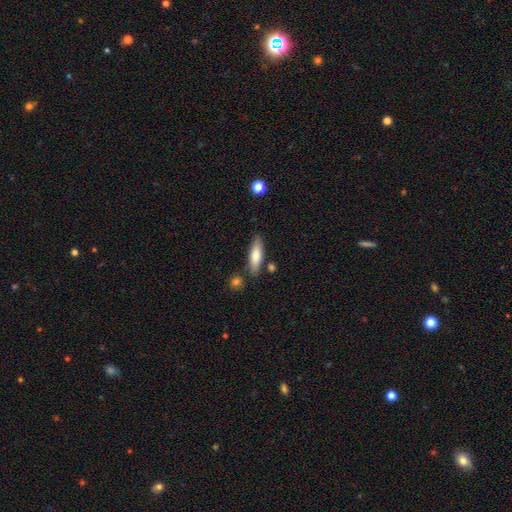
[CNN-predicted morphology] type=smooth (71%); roundness=cigar-shaped (56%); merging=none (80%).